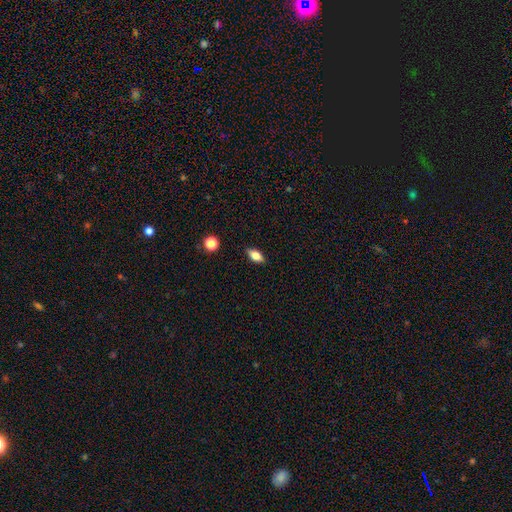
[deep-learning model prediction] This is likely a smooth galaxy (76%). How rounded: clearly in between (86%). Merging: clearly none (87%).